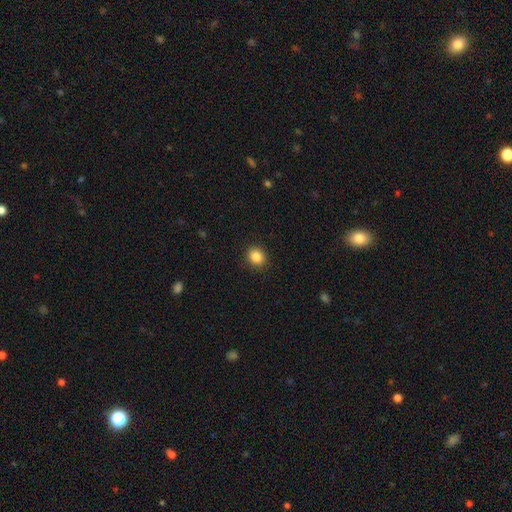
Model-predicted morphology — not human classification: type=smooth (86%); roundness=round (80%); merging=none (90%).